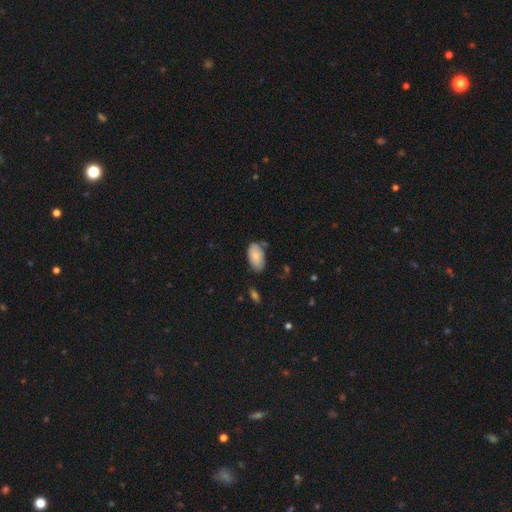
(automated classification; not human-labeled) Morphology: type=smooth (81%); roundness=in between (95%); merging=none (67%).